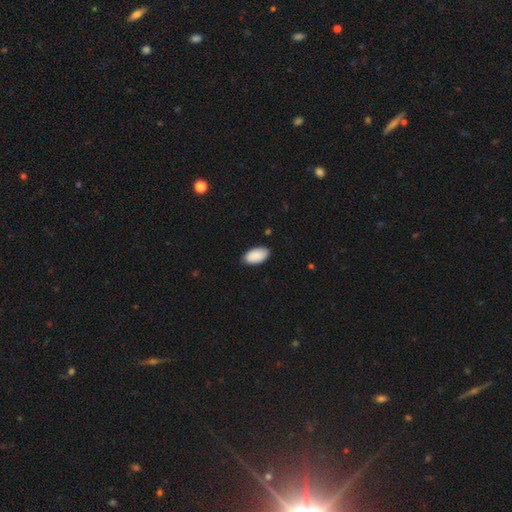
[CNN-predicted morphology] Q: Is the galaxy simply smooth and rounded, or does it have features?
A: smooth — 90%.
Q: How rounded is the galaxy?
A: in between — 96%.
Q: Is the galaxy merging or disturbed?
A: none — 85%.